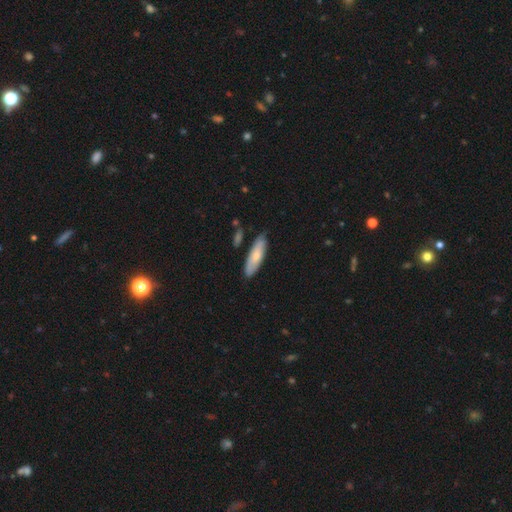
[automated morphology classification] Smooth or featured: smooth — 68% (featured or disk — 27%)
How rounded: cigar-shaped — 54% (in between — 44%)
Merging: none — 78% (minor disturbance — 16%)